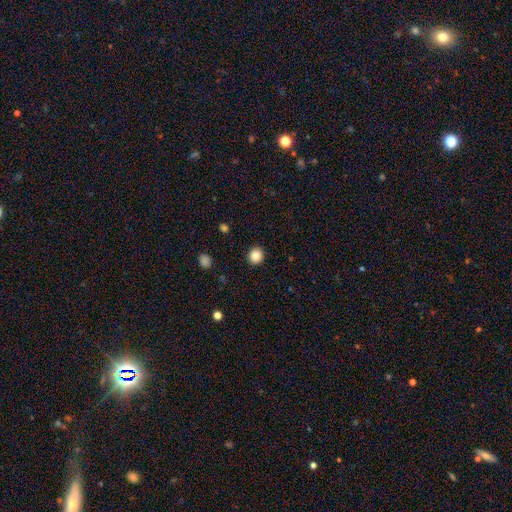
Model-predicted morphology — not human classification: smooth 85%, star or artifact 10%, featured or disk 5%. Down the decision tree: how rounded — round (92%); merging — none (93%).